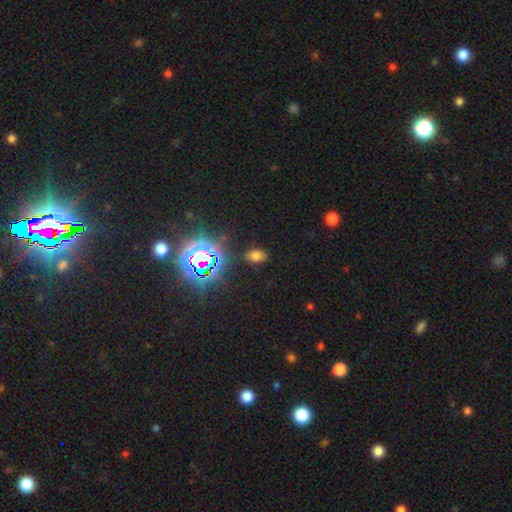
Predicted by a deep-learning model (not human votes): Smooth or featured: smooth — 62% (star or artifact — 31%)
How rounded: in between — 87% (round — 11%)
Merging: none — 86% (minor disturbance — 9%)